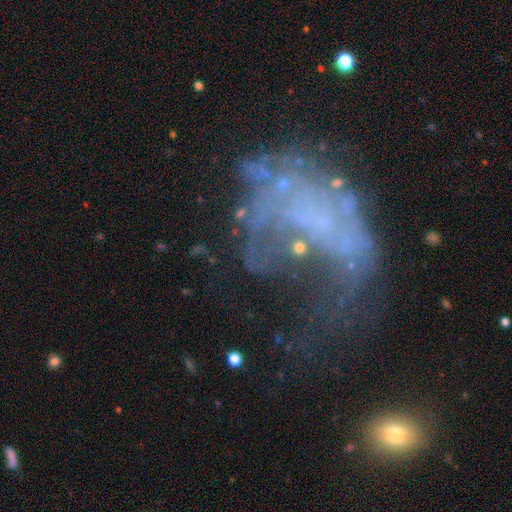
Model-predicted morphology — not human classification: Overall: featured or disk (65%). Edge-on disk: no (96%). Bar: no (74%). Spiral arms: yes (52%; no 48%). Bulge size: none (59%; small 25%). Merging: major disturbance (36%, tied with none).